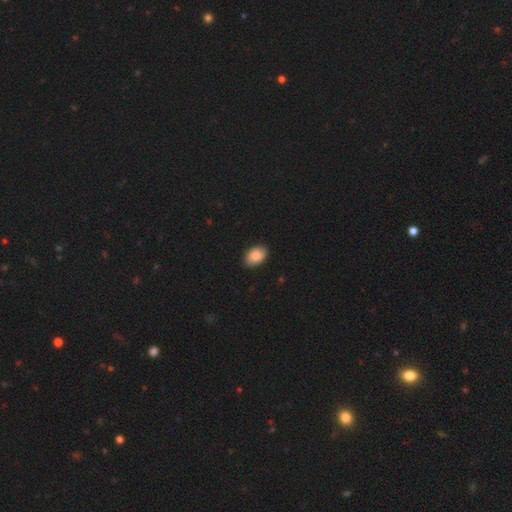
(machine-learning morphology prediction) smooth_or_featured: smooth (p=0.87) [alt: featured or disk p=0.07]
how_rounded: in between (p=0.86) [alt: round p=0.13]
merging: none (p=0.88) [alt: minor disturbance p=0.10]